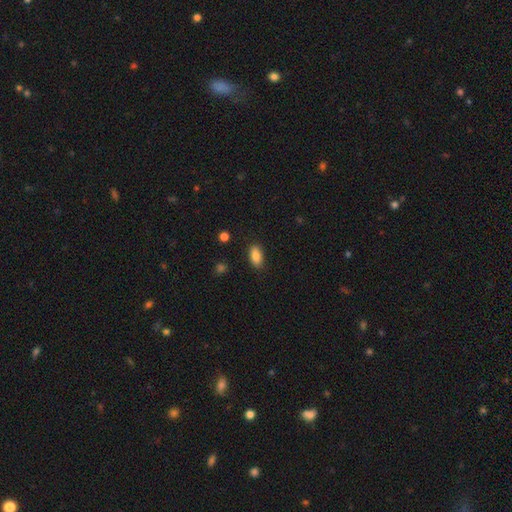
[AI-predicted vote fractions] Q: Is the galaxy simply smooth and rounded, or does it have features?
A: smooth — 87%.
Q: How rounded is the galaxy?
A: in between — 89%.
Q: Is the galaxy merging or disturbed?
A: none — 86%.